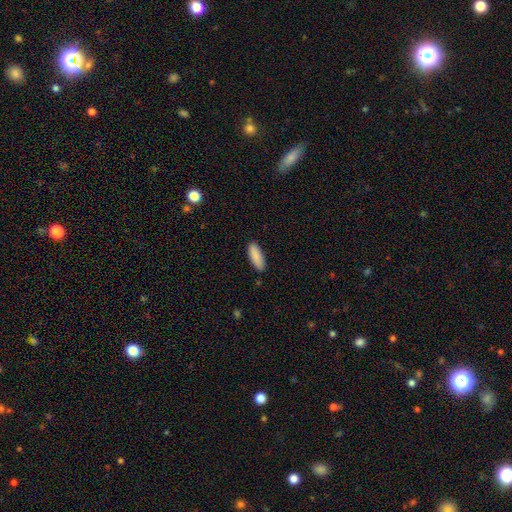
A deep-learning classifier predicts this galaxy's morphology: type=smooth (90%); roundness=in between (66%); merging=none (88%).